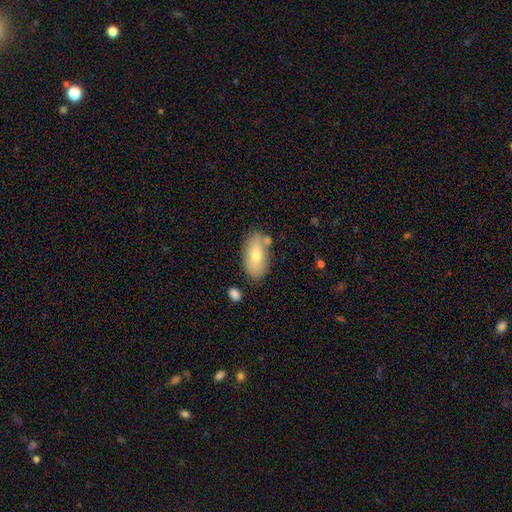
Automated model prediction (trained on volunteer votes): Overall: smooth (69%). How rounded: in between (92%). Merging: none (75%).